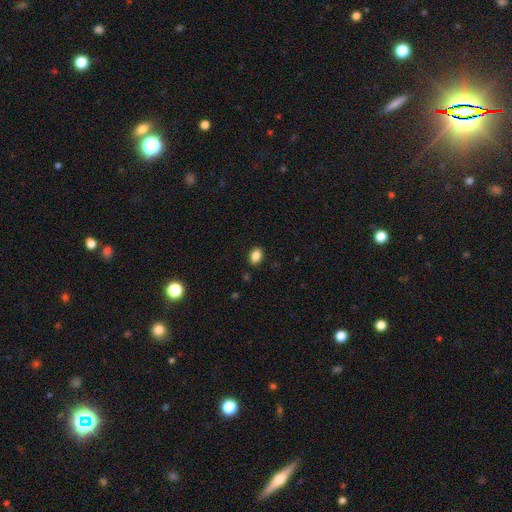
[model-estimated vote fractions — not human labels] smooth-or-featured: smooth: 87% | star or artifact: 9% | featured or disk: 4%
  how-rounded: in between: 82% | round: 16% | cigar-shaped: 1%
  merging: none: 88% | minor disturbance: 9% | major disturbance: 2% | merger: 1%